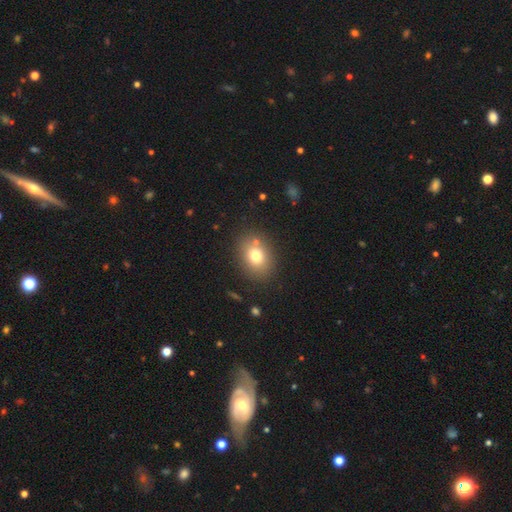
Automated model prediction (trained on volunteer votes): Smooth or featured? smooth (75%)
How rounded? in between (50%)
Merging? none (79%)